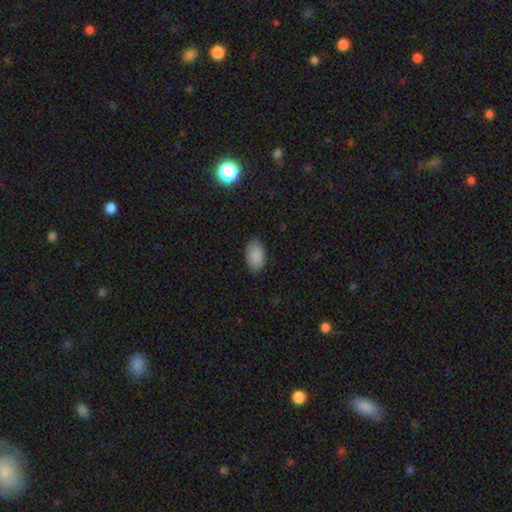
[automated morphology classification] Smooth or featured? Predicted: smooth (p=0.89). How rounded? Predicted: in between (p=0.94). Merging? Predicted: none (p=0.85).